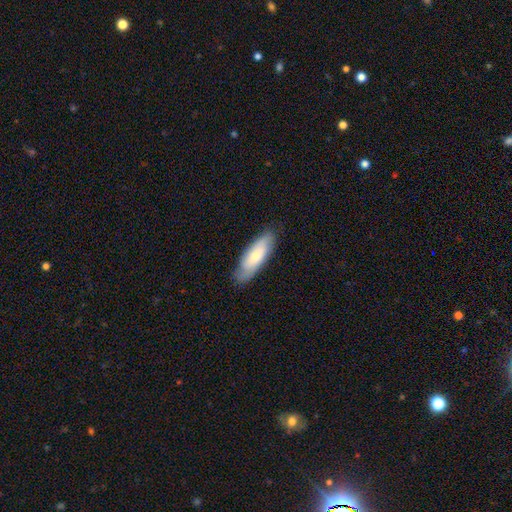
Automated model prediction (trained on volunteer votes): Q: Smooth or featured?
A: smooth (66%); runner-up: featured or disk (28%)
Q: How rounded?
A: in between (57%); runner-up: cigar-shaped (42%)
Q: Merging?
A: none (81%); runner-up: minor disturbance (15%)